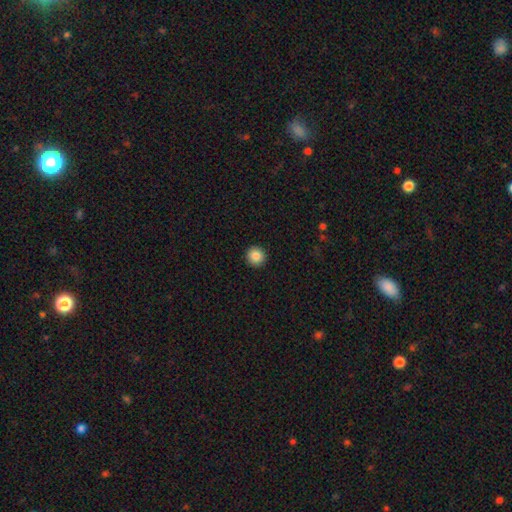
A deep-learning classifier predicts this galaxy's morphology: A smooth galaxy with no disk features (87%) that is round (95%). Merging: none (93%).